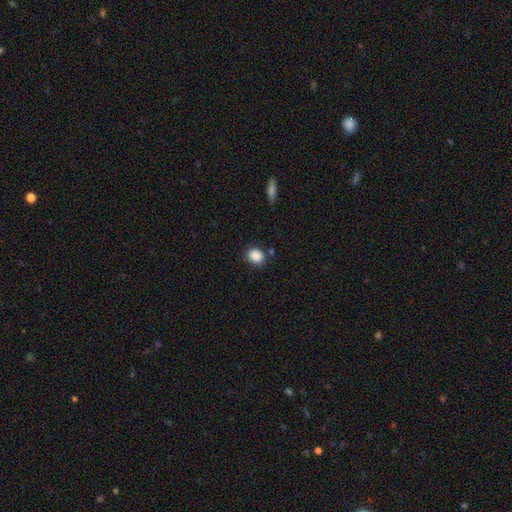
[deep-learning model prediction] Morphology: type=smooth (88%); roundness=round (54%); merging=none (83%).